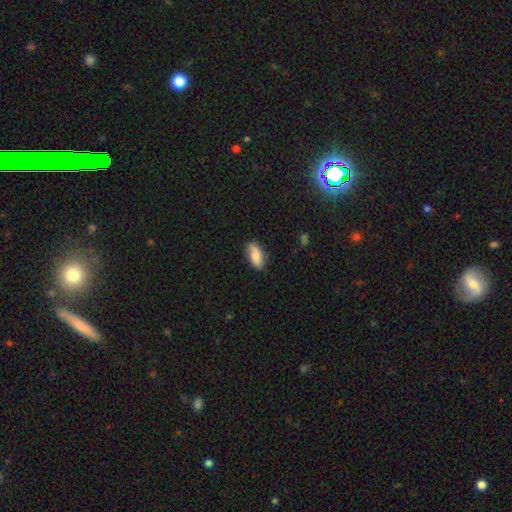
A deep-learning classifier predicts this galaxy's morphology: smooth 74%, featured or disk 19%, star or artifact 7%. Down the decision tree: how rounded — in between (90%); merging — none (80%).